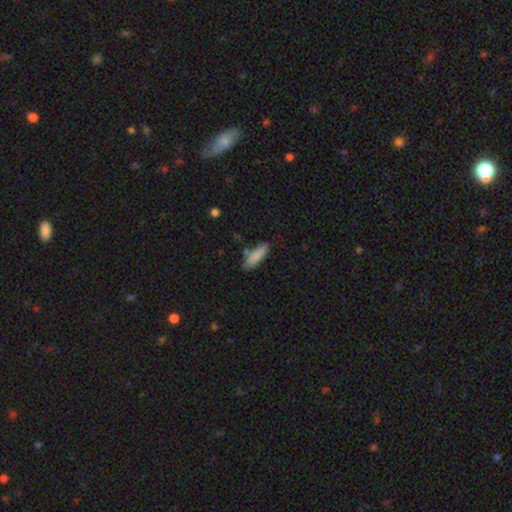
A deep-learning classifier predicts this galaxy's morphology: Overall: smooth (85%). How rounded: cigar-shaped (50%; in between 48%). Merging: none (78%).